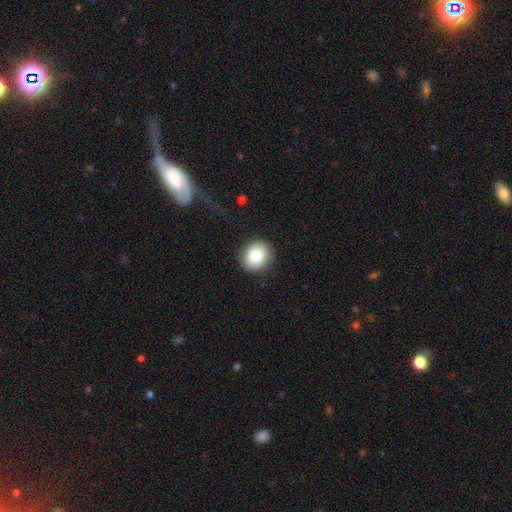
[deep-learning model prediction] The model was most divided on "how rounded": round: 76%, in between: 23%, cigar-shaped: 1%. More confident: merging — none (85%); smooth or featured — smooth (82%).